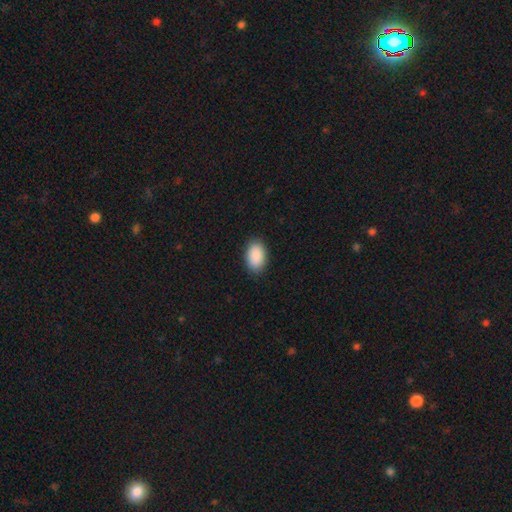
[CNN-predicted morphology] smooth 91%, star or artifact 6%, featured or disk 3%. Down the decision tree: how rounded — in between (92%); merging — none (89%).